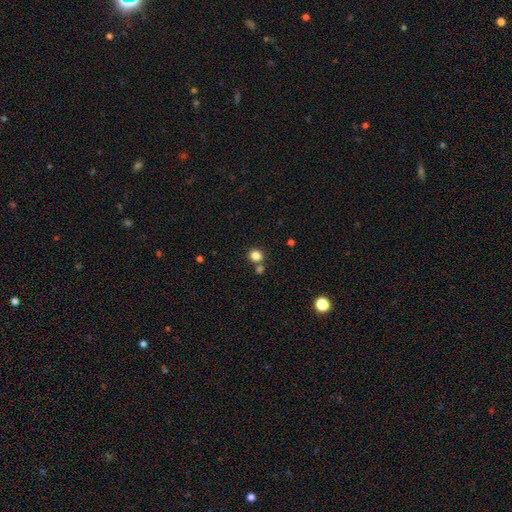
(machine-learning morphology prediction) smooth-or-featured: smooth: 83% | star or artifact: 12% | featured or disk: 5%
  how-rounded: round: 80% | in between: 19% | cigar-shaped: 1%
  merging: none: 69% | merger: 20% | minor disturbance: 8% | major disturbance: 3%